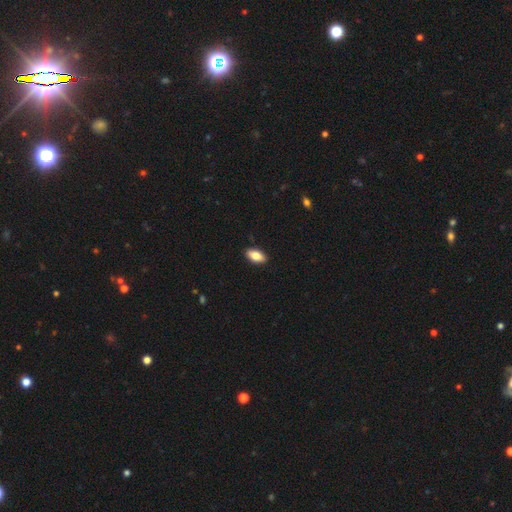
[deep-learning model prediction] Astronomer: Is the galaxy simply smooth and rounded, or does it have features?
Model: smooth — 82%.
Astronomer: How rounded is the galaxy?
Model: in between — 91%.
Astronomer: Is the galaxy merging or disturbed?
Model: none — 90%.